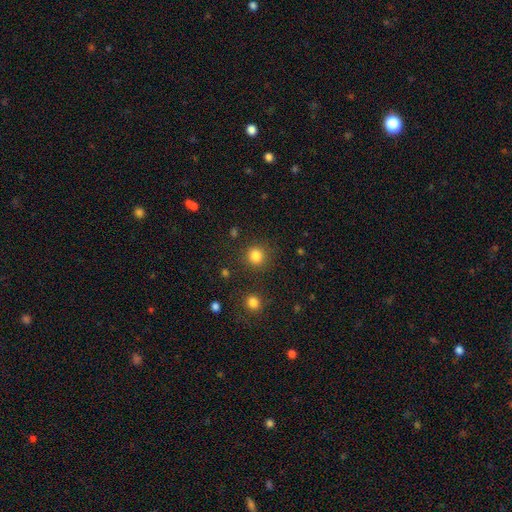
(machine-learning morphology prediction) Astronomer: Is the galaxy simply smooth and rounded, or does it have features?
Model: smooth — 83%.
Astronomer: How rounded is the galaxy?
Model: round — 92%.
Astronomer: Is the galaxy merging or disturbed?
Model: none — 86%.